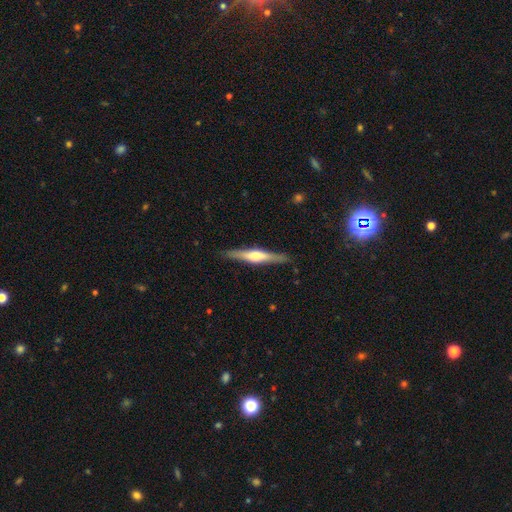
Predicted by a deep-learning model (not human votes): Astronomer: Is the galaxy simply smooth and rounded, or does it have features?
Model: featured or disk — 63%.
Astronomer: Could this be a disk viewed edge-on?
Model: yes — 97%.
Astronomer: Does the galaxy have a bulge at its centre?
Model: rounded — 74%.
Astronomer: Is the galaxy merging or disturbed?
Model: none — 88%.